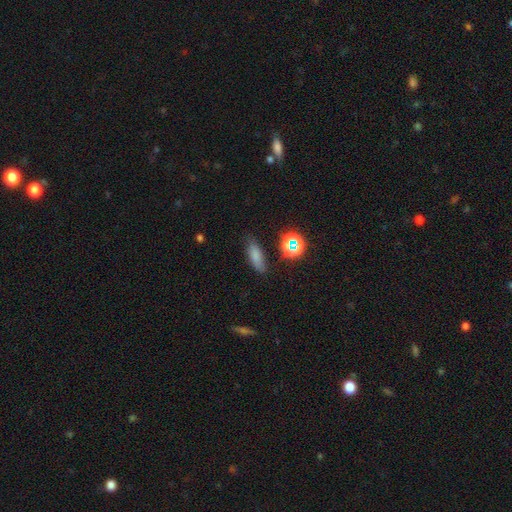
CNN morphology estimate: A smooth galaxy with no disk features (75%) that is in between round and cigar-shaped (63%).

Vote fractions:
- Smooth or featured? smooth: 75% / star or artifact: 15% / featured or disk: 10%
- How rounded? in between: 63% / cigar-shaped: 32% / round: 6%
- Merging? none: 77% / minor disturbance: 16% / major disturbance: 4% / merger: 3%